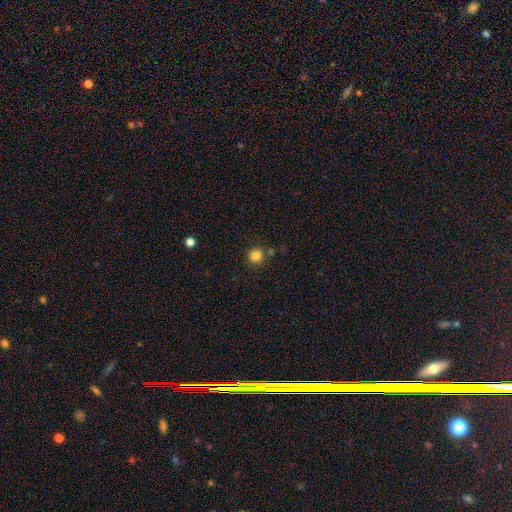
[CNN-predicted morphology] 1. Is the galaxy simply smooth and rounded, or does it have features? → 83% smooth, 12% star or artifact, 5% featured or disk.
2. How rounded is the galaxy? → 94% round, 5% in between, 1% cigar-shaped.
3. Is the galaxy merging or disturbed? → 83% none, 8% minor disturbance, 6% merger, 3% major disturbance.